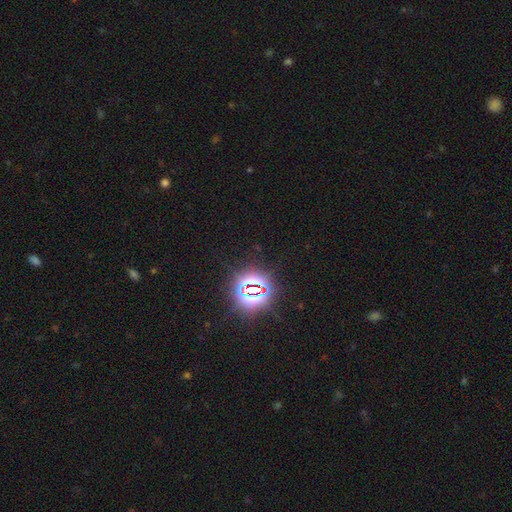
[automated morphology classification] smooth-or-featured: star or artifact: 82% | smooth: 11% | featured or disk: 7%